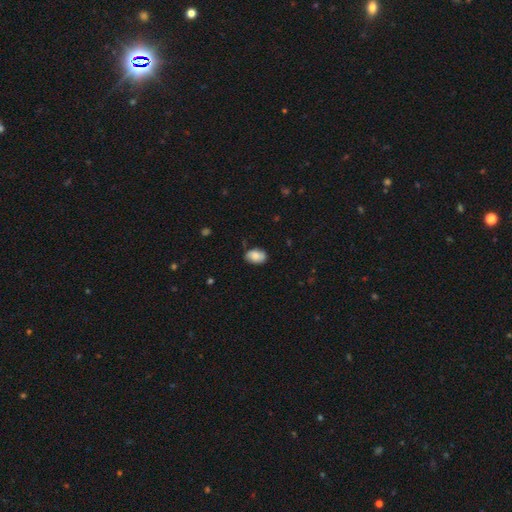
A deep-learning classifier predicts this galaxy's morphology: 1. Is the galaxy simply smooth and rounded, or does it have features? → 82% smooth, 11% featured or disk, 7% star or artifact.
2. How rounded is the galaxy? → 85% in between, 13% round, 1% cigar-shaped.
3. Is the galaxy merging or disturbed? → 79% none, 16% minor disturbance, 3% major disturbance, 1% merger.